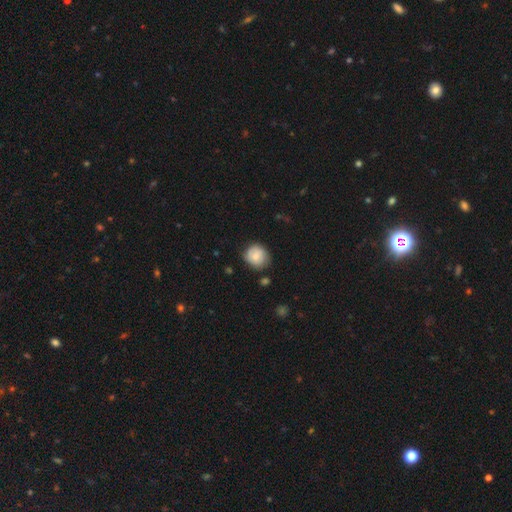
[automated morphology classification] Smooth or featured? smooth (69%)
How rounded? round (83%)
Merging? none (70%)